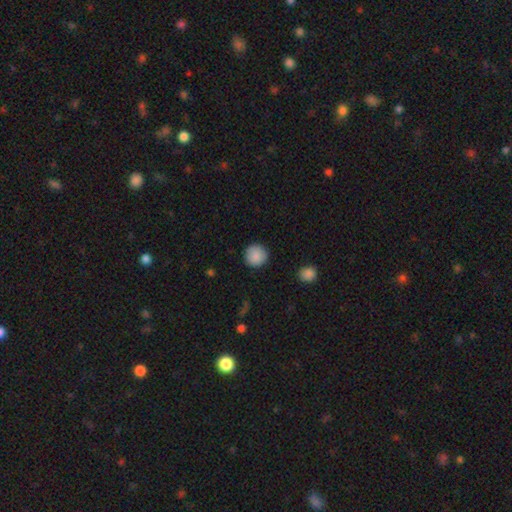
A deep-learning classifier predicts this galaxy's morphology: smooth-or-featured: smooth: 89% | star or artifact: 8% | featured or disk: 4%
  how-rounded: round: 94% | in between: 5% | cigar-shaped: 1%
  merging: none: 90% | minor disturbance: 7% | major disturbance: 2% | merger: 1%